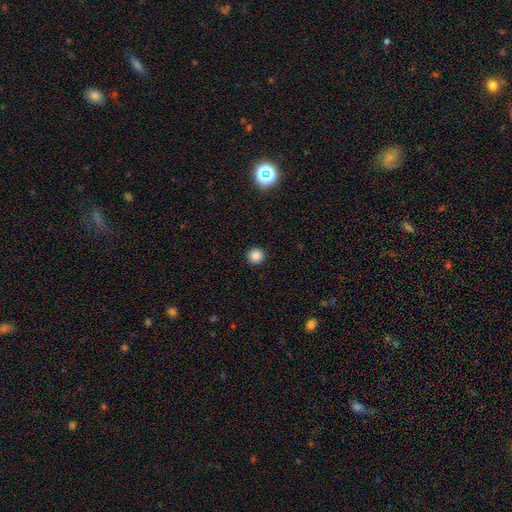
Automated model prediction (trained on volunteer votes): Smooth or featured?
  - smooth: 86% *
  - star or artifact: 11%
  - featured or disk: 3%
How rounded?
  - round: 96% *
  - in between: 3%
  - cigar-shaped: 1%
Merging?
  - none: 93% *
  - minor disturbance: 4%
  - major disturbance: 2%
  - merger: 1%